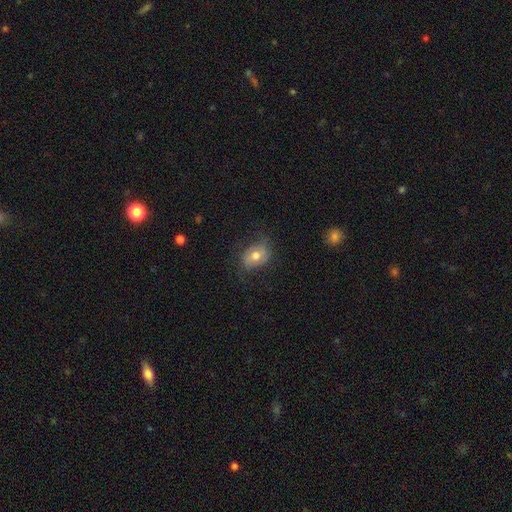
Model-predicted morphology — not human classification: A smooth galaxy with no disk features (64%) that is in between round and cigar-shaped (74%). Merging: none (67%).